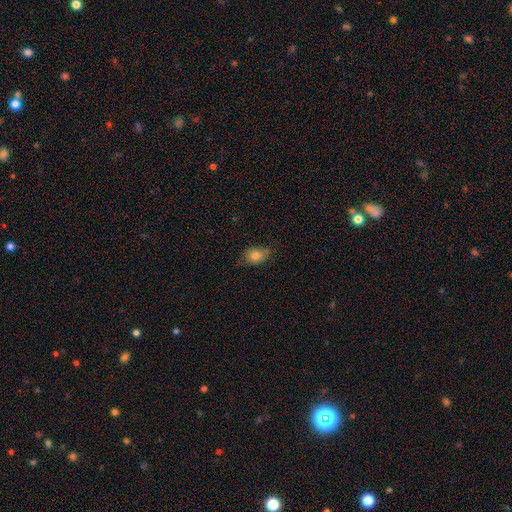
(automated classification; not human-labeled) This is likely a smooth galaxy (78%). How rounded: likely in between (75%). Merging: likely none (66%).